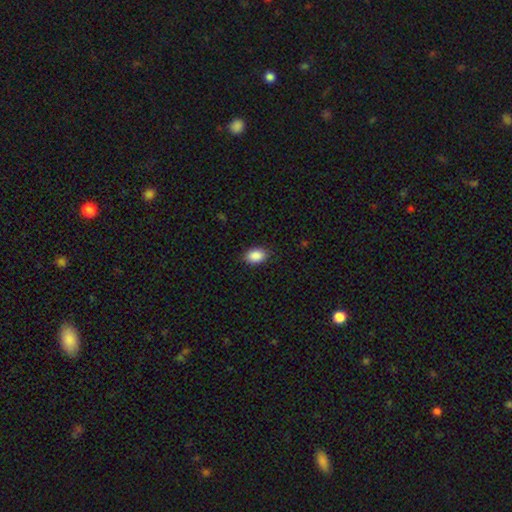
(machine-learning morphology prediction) Overall: smooth (90%). How rounded: in between (87%). Merging: none (87%).